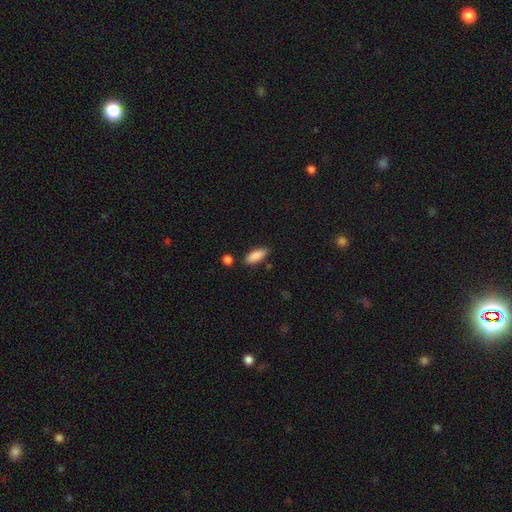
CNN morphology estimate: Smooth or featured?
  - smooth: 88% *
  - star or artifact: 6%
  - featured or disk: 5%
How rounded?
  - in between: 78% *
  - cigar-shaped: 20%
  - round: 2%
Merging?
  - none: 81% *
  - minor disturbance: 13%
  - merger: 4%
  - major disturbance: 3%